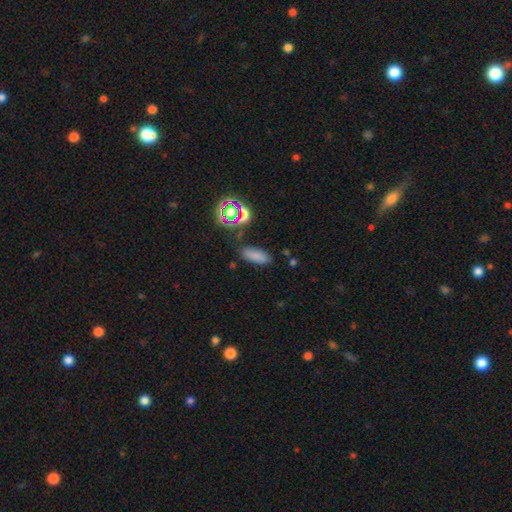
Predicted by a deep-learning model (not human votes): Smooth or featured: smooth — 75% (star or artifact — 17%)
How rounded: in between — 75% (cigar-shaped — 21%)
Merging: none — 80% (minor disturbance — 12%)